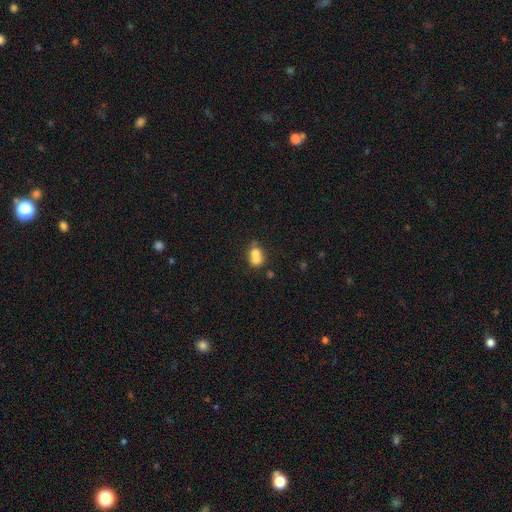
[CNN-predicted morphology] Smooth or featured?
  - smooth: 72% *
  - featured or disk: 17%
  - star or artifact: 10%
How rounded?
  - in between: 62% *
  - round: 36%
  - cigar-shaped: 2%
Merging?
  - merger: 49% *
  - none: 31%
  - minor disturbance: 14%
  - major disturbance: 6%